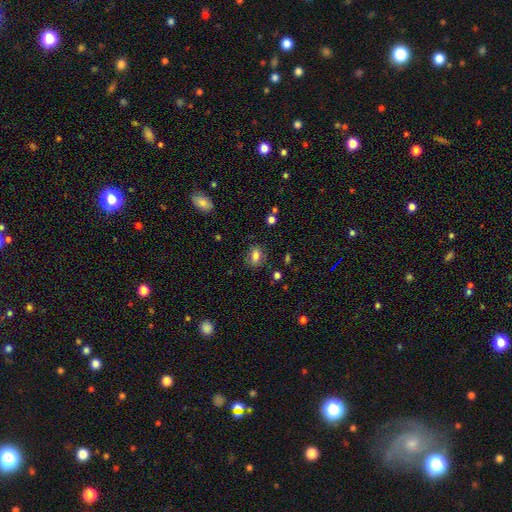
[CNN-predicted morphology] A smooth galaxy with no disk features (78%) that is in between round and cigar-shaped (76%). Merging: none (77%).